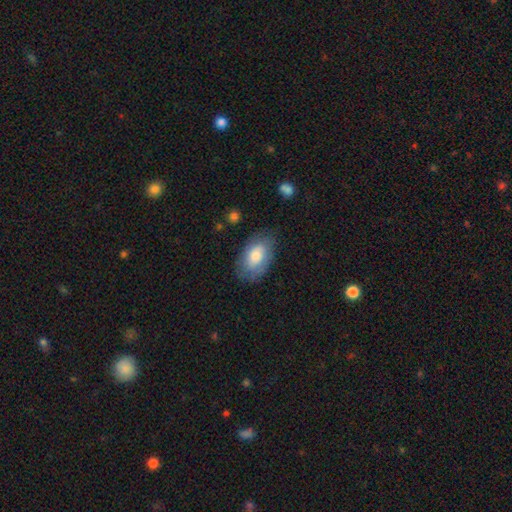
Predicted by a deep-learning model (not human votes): smooth-or-featured: smooth: 77% | featured or disk: 17% | star or artifact: 6%
  how-rounded: in between: 93% | round: 5% | cigar-shaped: 2%
  merging: none: 74% | minor disturbance: 19% | major disturbance: 6% | merger: 1%